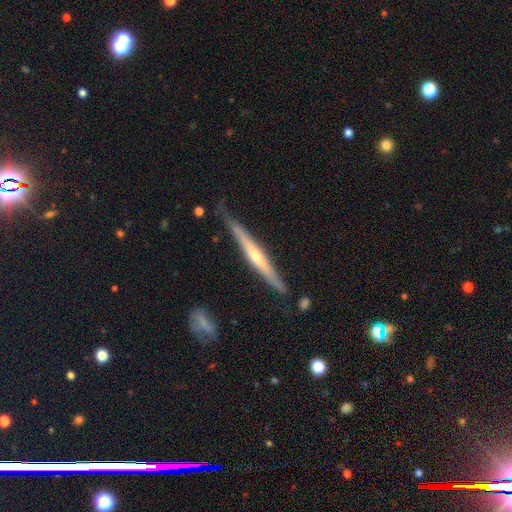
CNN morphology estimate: This is likely a featured or disk galaxy (76%). It is clearly viewed edge-on (97%). Edge-on bulge: likely rounded (74%). Merging: clearly none (82%).